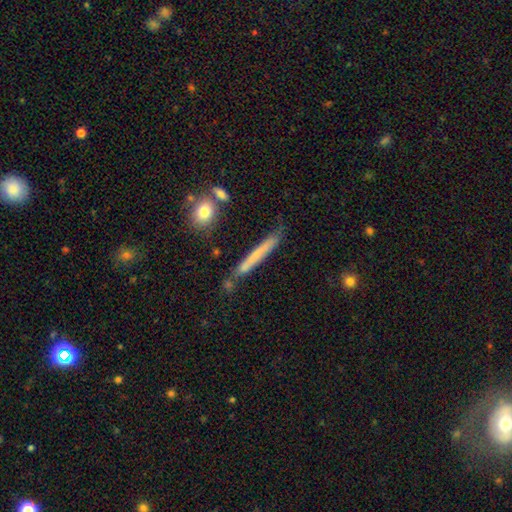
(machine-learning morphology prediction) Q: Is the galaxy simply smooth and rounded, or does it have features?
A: smooth — 56%.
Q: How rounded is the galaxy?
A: cigar-shaped — 96%.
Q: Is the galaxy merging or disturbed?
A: none — 74%.